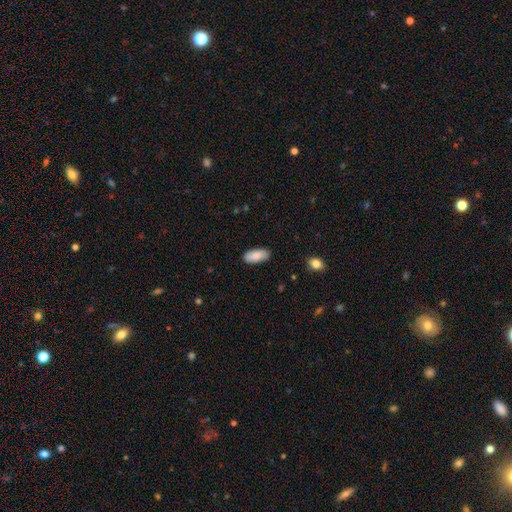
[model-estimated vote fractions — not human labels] Smooth or featured? Predicted: smooth (p=0.89). How rounded? Predicted: in between (p=0.88). Merging? Predicted: none (p=0.87).